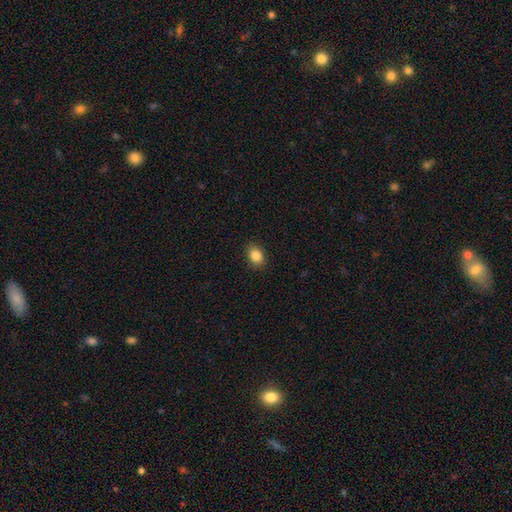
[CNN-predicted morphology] Smooth or featured? Predicted: smooth (p=0.87). How rounded? Predicted: in between (p=0.64). Merging? Predicted: none (p=0.87).